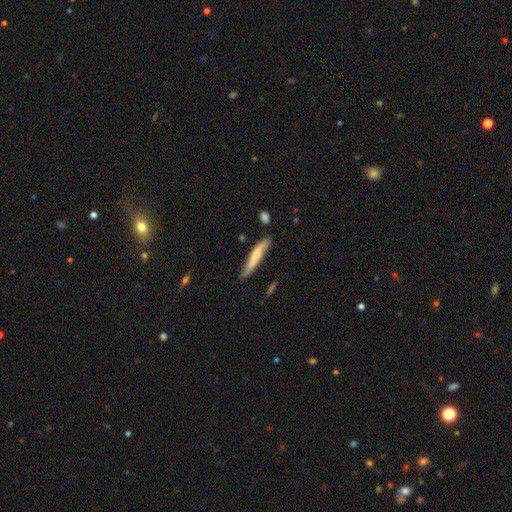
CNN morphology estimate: This is likely a smooth galaxy (65%). How rounded: clearly cigar-shaped (90%). Merging: likely none (73%).